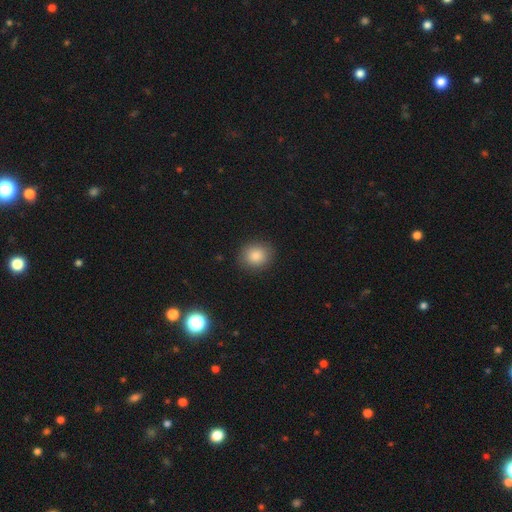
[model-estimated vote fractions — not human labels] Smooth or featured? smooth (86%)
How rounded? round (73%)
Merging? none (88%)